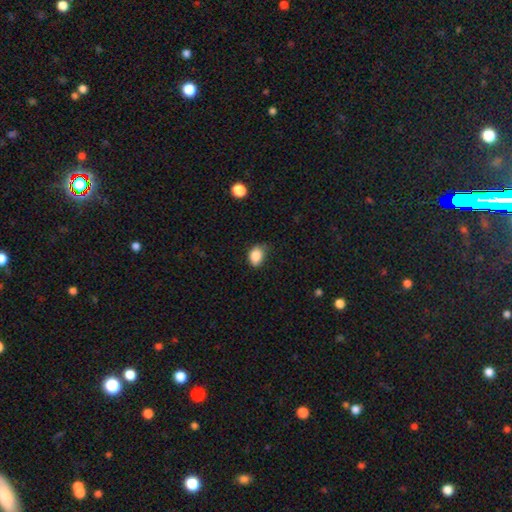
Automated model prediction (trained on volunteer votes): A smooth galaxy with no disk features (86%) that is in between round and cigar-shaped (74%). Merging: none (62%).